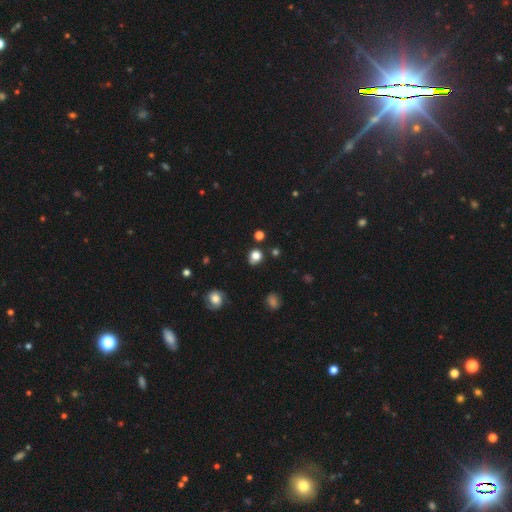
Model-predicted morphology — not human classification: Smooth or featured?
  - smooth: 79% *
  - star or artifact: 16%
  - featured or disk: 6%
How rounded?
  - round: 82% *
  - in between: 17%
  - cigar-shaped: 1%
Merging?
  - none: 79% *
  - minor disturbance: 13%
  - major disturbance: 4%
  - merger: 4%